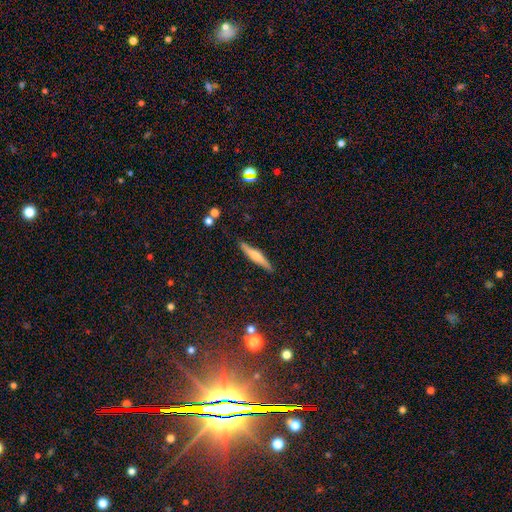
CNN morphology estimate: Smooth or featured?
  - smooth: 49% *
  - featured or disk: 44%
  - star or artifact: 7%
Merging?
  - none: 88% *
  - minor disturbance: 9%
  - major disturbance: 2%
  - merger: 2%